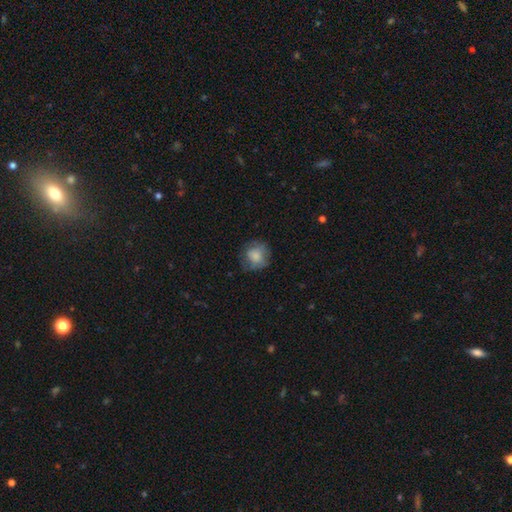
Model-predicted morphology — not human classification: A smooth galaxy with no disk features (75%) that is round (85%). Merging: none (69%).